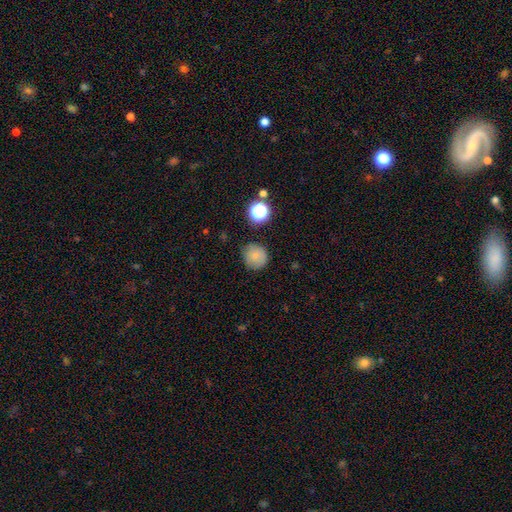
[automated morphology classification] Overall: smooth (80%). How rounded: round (91%). Merging: none (81%).